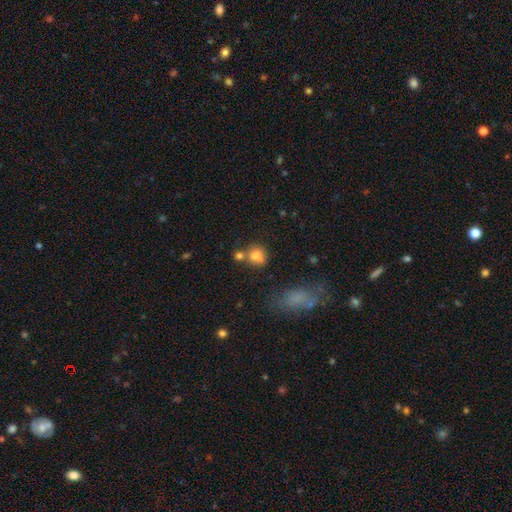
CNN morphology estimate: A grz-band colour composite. It shows a smooth galaxy with no disk features (77%) that is round (66%). Merging: none (47%).